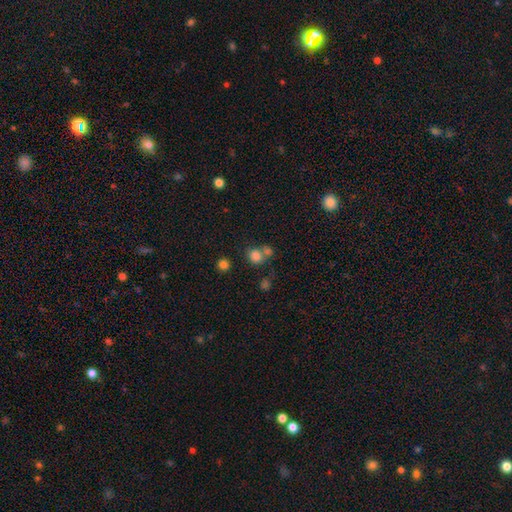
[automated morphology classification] A smooth galaxy with no disk features (78%) that is round (70%).

Vote fractions:
- Smooth or featured? smooth: 78% / star or artifact: 14% / featured or disk: 8%
- How rounded? round: 70% / in between: 29% / cigar-shaped: 1%
- Merging? none: 46% / merger: 38% / minor disturbance: 10% / major disturbance: 6%